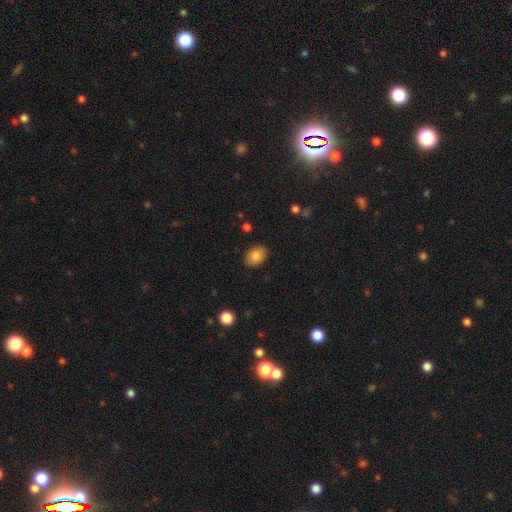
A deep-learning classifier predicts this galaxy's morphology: Q: Smooth or featured?
A: smooth (83%); runner-up: featured or disk (9%)
Q: How rounded?
A: in between (76%); runner-up: round (22%)
Q: Merging?
A: none (87%); runner-up: minor disturbance (9%)